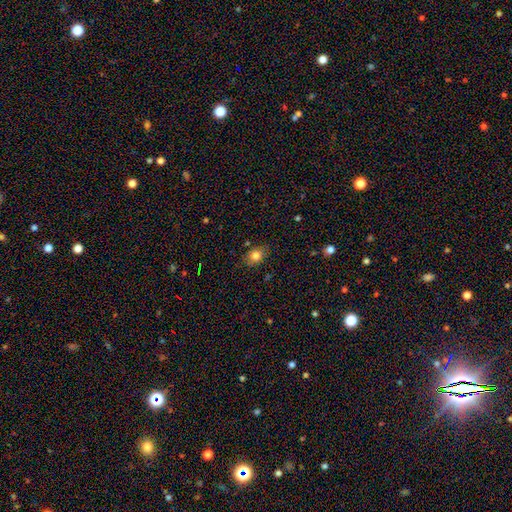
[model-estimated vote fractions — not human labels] Morphology: type=smooth (80%); roundness=in between (61%); merging=none (80%).